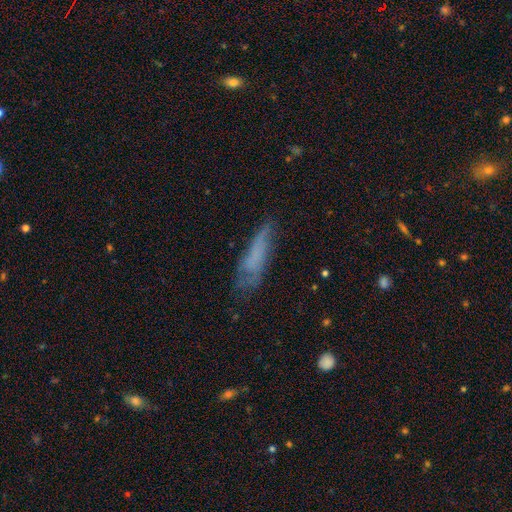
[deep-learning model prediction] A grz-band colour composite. It shows a smooth galaxy with no disk features (53%) that is cigar-shaped (66%). Merging: none (54%).